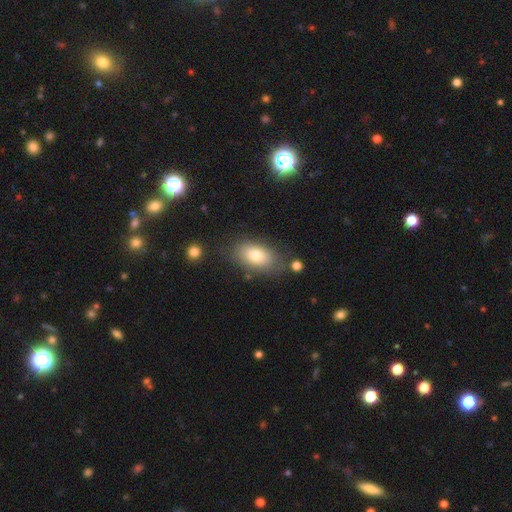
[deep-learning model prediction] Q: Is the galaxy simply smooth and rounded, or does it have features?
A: smooth — 77%.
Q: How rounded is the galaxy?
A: in between — 89%.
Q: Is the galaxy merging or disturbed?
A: none — 73%.